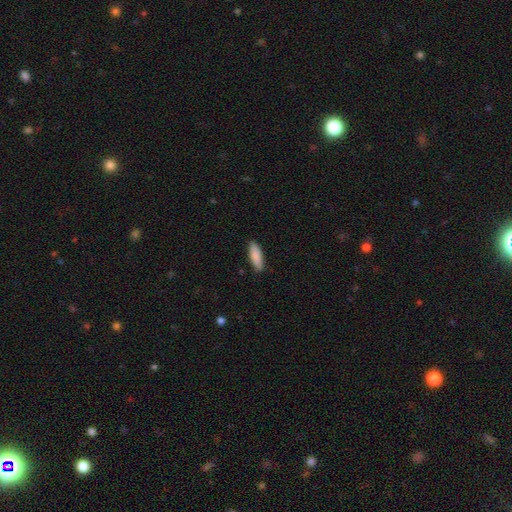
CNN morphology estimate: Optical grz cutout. It shows a smooth galaxy with no disk features (88%) that is in between round and cigar-shaped (51%). Merging: none (86%).